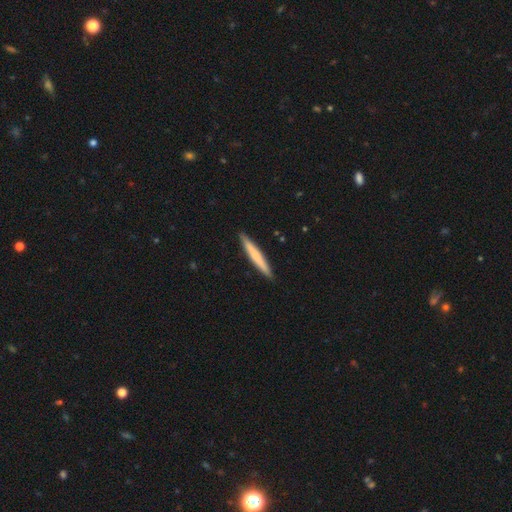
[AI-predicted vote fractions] Q: Smooth or featured?
A: smooth (66%); runner-up: featured or disk (29%)
Q: How rounded?
A: cigar-shaped (96%); runner-up: in between (3%)
Q: Merging?
A: none (91%); runner-up: minor disturbance (6%)